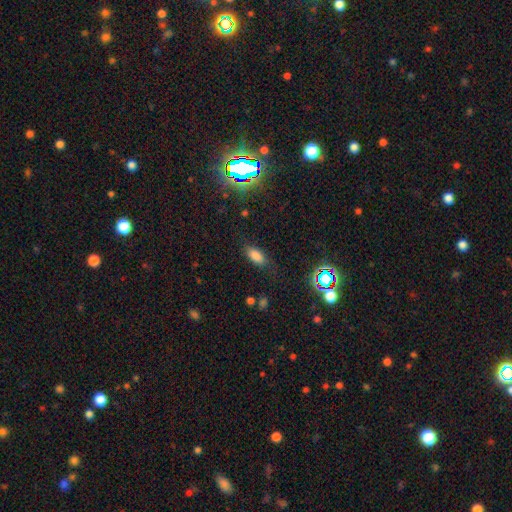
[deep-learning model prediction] Overall: smooth (77%). How rounded: in between (87%). Merging: none (79%).